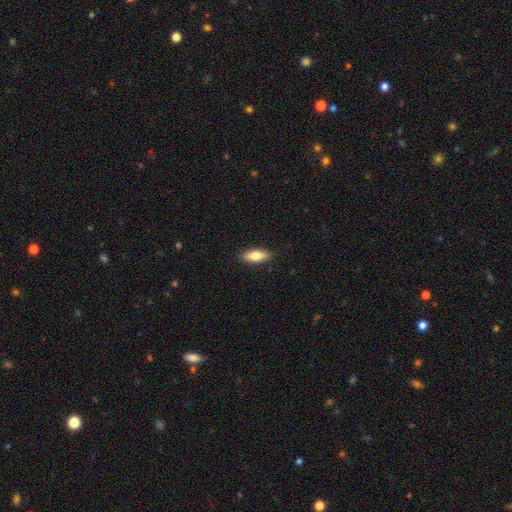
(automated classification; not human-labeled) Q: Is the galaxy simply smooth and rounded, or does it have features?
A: smooth — 74%.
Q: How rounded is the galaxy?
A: in between — 71%.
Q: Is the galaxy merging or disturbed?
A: none — 89%.